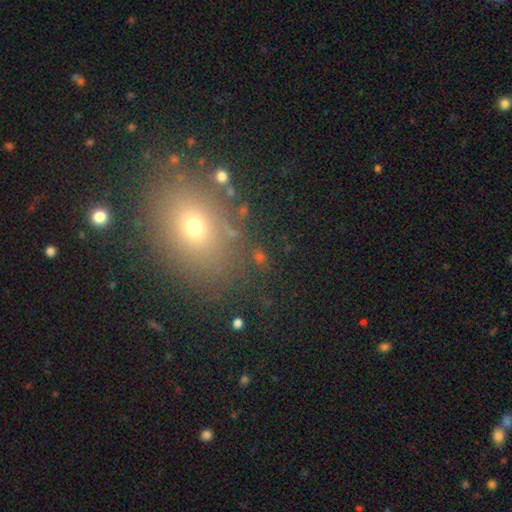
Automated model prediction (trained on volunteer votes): Smooth or featured?
  - smooth: 60% *
  - star or artifact: 25%
  - featured or disk: 14%
How rounded?
  - in between: 63% *
  - round: 36%
  - cigar-shaped: 2%
Merging?
  - none: 81% *
  - minor disturbance: 10%
  - major disturbance: 5%
  - merger: 3%